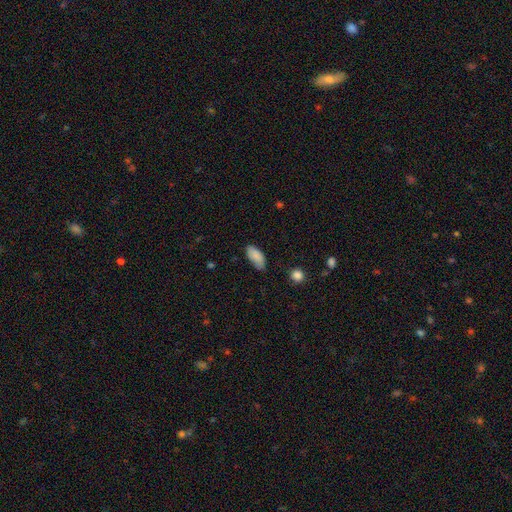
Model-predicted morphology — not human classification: This is clearly a smooth galaxy (86%). How rounded: clearly in between (90%). Merging: likely none (69%).